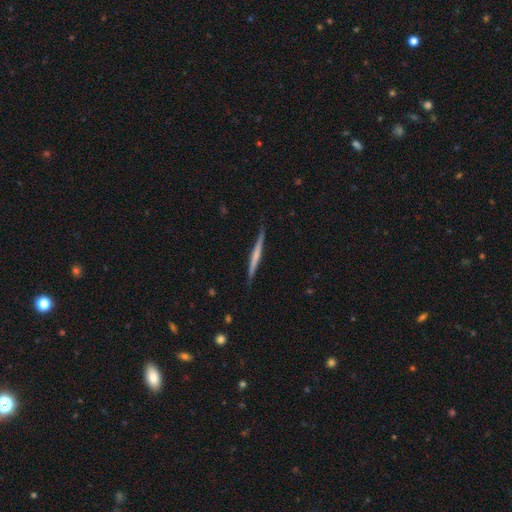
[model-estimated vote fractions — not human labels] featured or disk 52%, smooth 42%, star or artifact 5%. Down the decision tree: edge-on disk — yes (97%); edge-on bulge — none (70%); merging — none (87%).